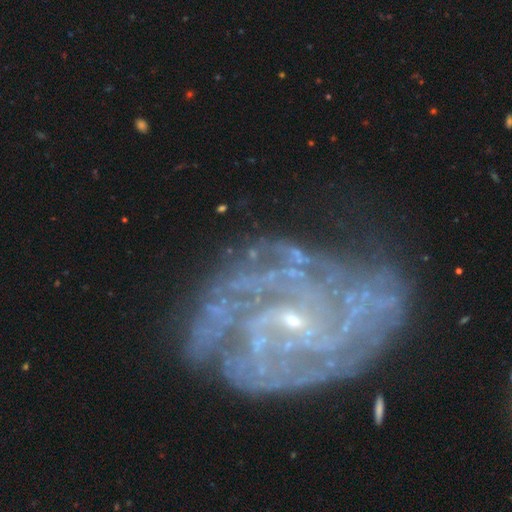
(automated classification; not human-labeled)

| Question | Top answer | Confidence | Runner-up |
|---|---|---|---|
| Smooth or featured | featured or disk | 88% | star or artifact (7%) |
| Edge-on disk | no | 98% | yes (2%) |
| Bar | no | 48% | weak (38%) |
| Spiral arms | yes | 95% | no (5%) |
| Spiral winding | tight | 55% | medium (35%) |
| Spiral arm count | can't tell | 26% | 2 (18%) |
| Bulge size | small | 84% | moderate (9%) |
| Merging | none | 65% | minor disturbance (19%) |